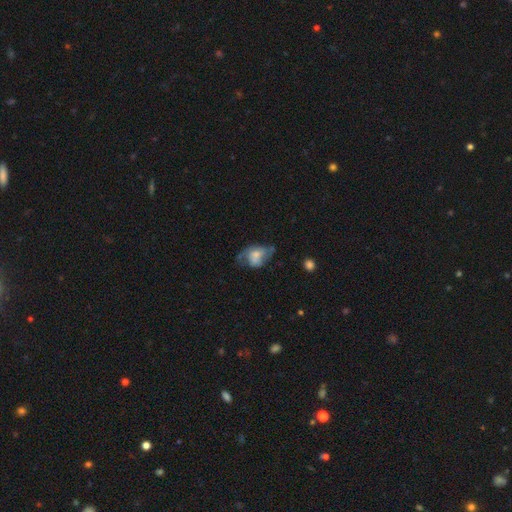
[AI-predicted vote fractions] This appears to be a featured or disk galaxy (46%). Merging: major disturbance (34%).